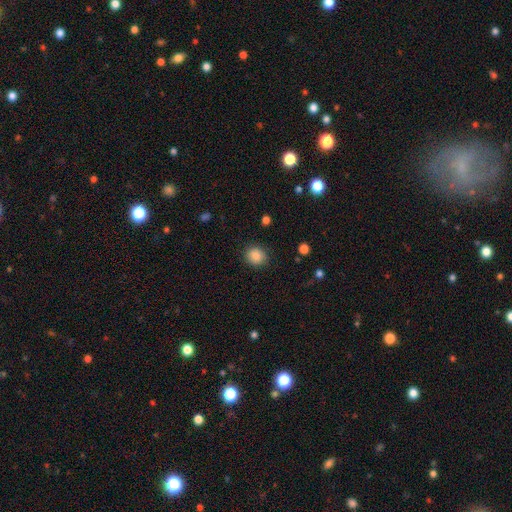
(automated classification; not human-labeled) A smooth galaxy with no disk features (87%) that is round (79%).

Vote fractions:
- Smooth or featured? smooth: 87% / star or artifact: 9% / featured or disk: 4%
- How rounded? round: 79% / in between: 20% / cigar-shaped: 1%
- Merging? none: 86% / minor disturbance: 10% / major disturbance: 3% / merger: 1%